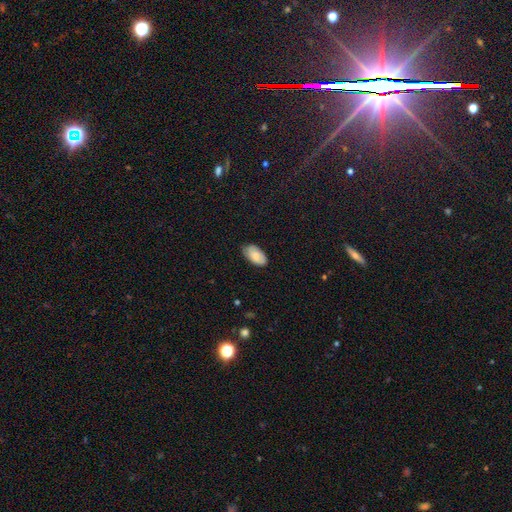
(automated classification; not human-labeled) A smooth galaxy with no disk features (78%) that is in between round and cigar-shaped (95%). Merging: none (76%).